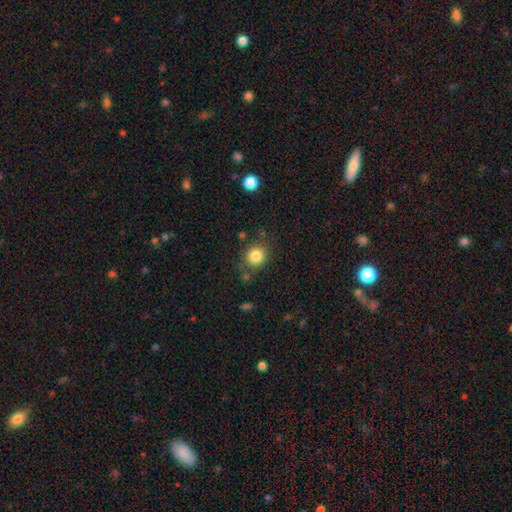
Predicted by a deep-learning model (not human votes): smooth_or_featured: smooth (p=0.84) [alt: star or artifact p=0.11]
how_rounded: round (p=0.84) [alt: in between p=0.15]
merging: none (p=0.80) [alt: minor disturbance p=0.11]